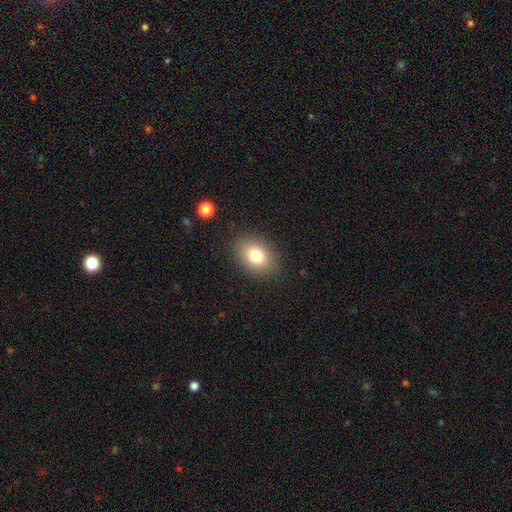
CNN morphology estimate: Smooth or featured? Predicted: smooth (p=0.79). How rounded? Predicted: in between (p=0.78). Merging? Predicted: none (p=0.86).